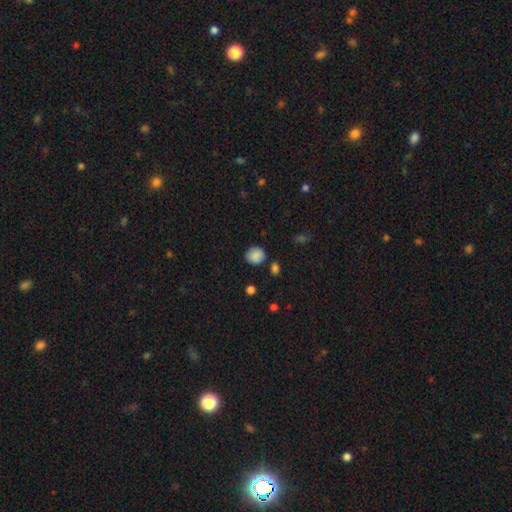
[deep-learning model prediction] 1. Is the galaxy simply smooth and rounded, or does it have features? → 86% smooth, 9% star or artifact, 5% featured or disk.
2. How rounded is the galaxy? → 77% round, 22% in between, 1% cigar-shaped.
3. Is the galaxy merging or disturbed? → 79% none, 14% minor disturbance, 4% merger, 3% major disturbance.